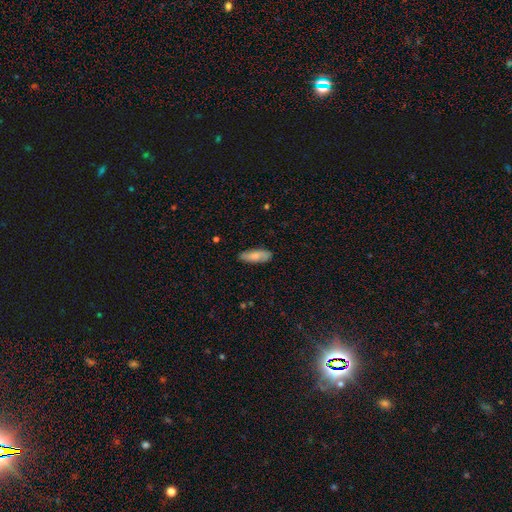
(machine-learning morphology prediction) This appears to be a smooth galaxy with no disk features (75%) that is in between round and cigar-shaped (64%). Merging: none (84%).